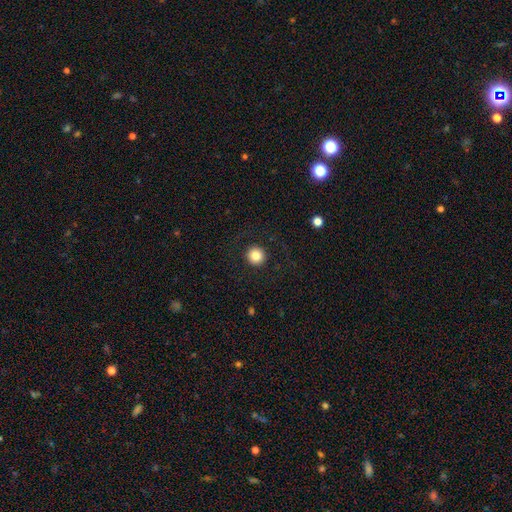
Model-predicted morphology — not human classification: type=smooth (83%); roundness=round (96%); merging=none (91%).